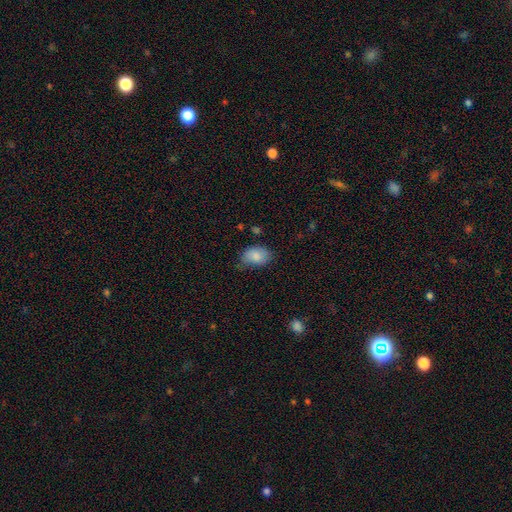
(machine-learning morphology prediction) smooth-or-featured: smooth: 85% | featured or disk: 8% | star or artifact: 7%
  how-rounded: in between: 81% | round: 18% | cigar-shaped: 1%
  merging: none: 57% | minor disturbance: 33% | major disturbance: 8% | merger: 2%